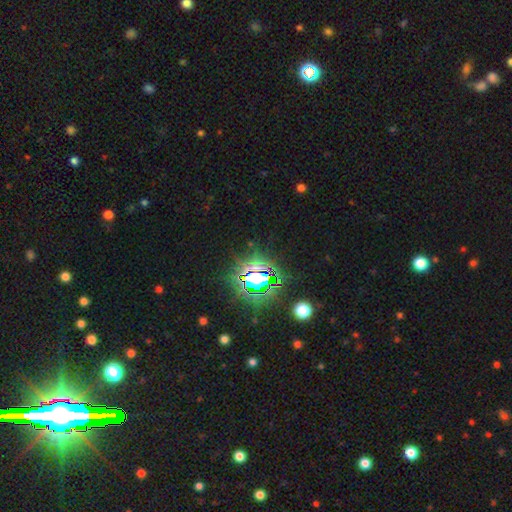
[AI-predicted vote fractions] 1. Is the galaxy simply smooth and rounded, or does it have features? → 78% star or artifact, 14% smooth, 8% featured or disk.